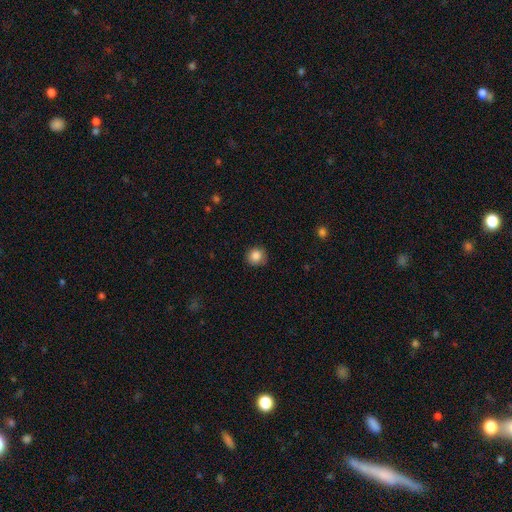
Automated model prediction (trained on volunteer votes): Morphology: type=smooth (86%); roundness=round (90%); merging=none (84%).